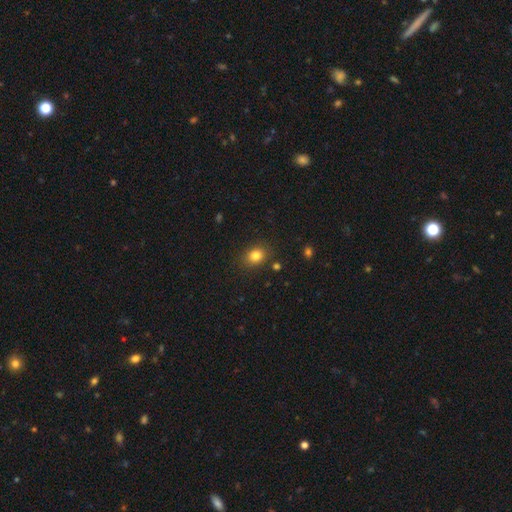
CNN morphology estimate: smooth_or_featured: smooth (p=0.82) [alt: star or artifact p=0.12]
how_rounded: round (p=0.50) [alt: in between p=0.49]
merging: none (p=0.85) [alt: minor disturbance p=0.10]